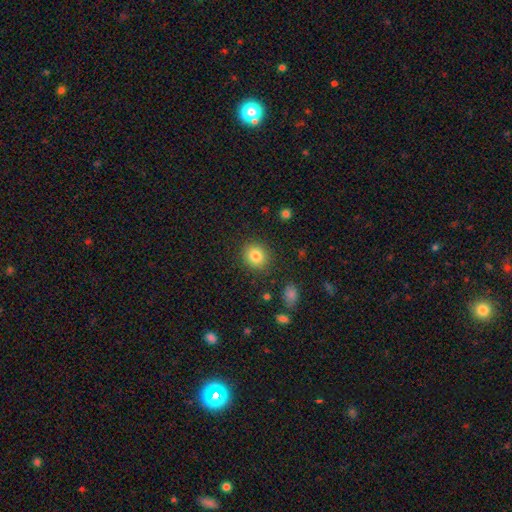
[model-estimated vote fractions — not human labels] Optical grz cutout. It shows a smooth galaxy with no disk features (83%) that is round (81%). Merging: none (89%).